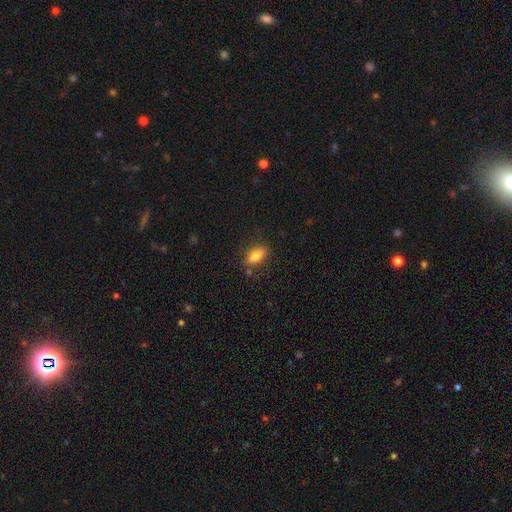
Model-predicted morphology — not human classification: This appears to be a smooth galaxy with no disk features (79%) that is in between round and cigar-shaped (86%). Merging: none (80%).